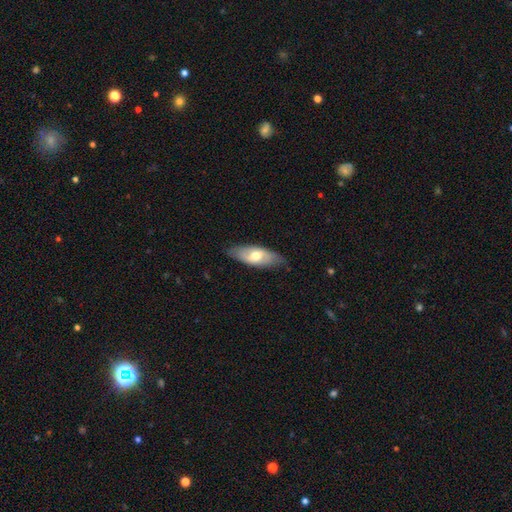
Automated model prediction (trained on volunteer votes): Morphology: type=smooth (56%); roundness=in between (81%); merging=none (78%).